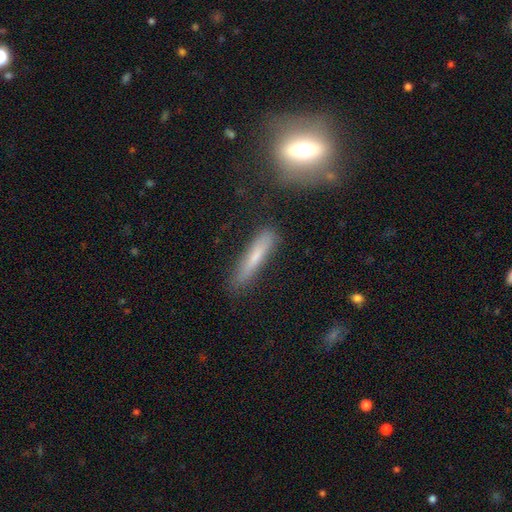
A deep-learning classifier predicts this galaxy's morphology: Q: Smooth or featured?
A: smooth (66%); runner-up: featured or disk (26%)
Q: How rounded?
A: cigar-shaped (91%); runner-up: in between (8%)
Q: Merging?
A: none (81%); runner-up: minor disturbance (13%)